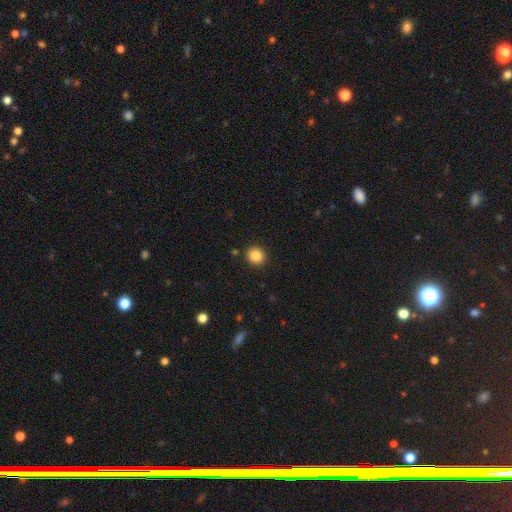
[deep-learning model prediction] Smooth or featured: smooth — 86% (star or artifact — 10%)
How rounded: round — 85% (in between — 14%)
Merging: none — 90% (minor disturbance — 6%)